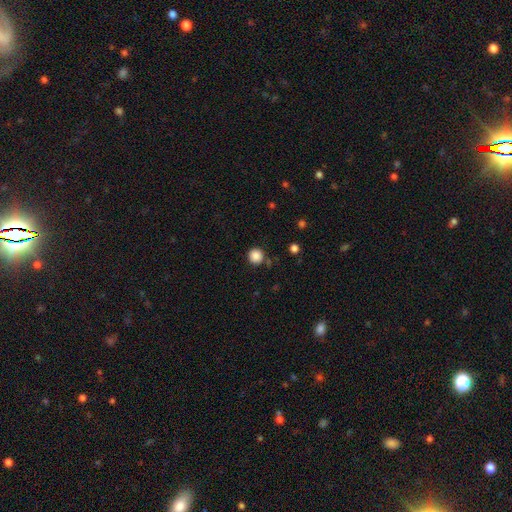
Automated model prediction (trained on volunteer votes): smooth_or_featured: smooth (p=0.87) [alt: star or artifact p=0.10]
how_rounded: round (p=0.94) [alt: in between p=0.05]
merging: none (p=0.86) [alt: minor disturbance p=0.08]